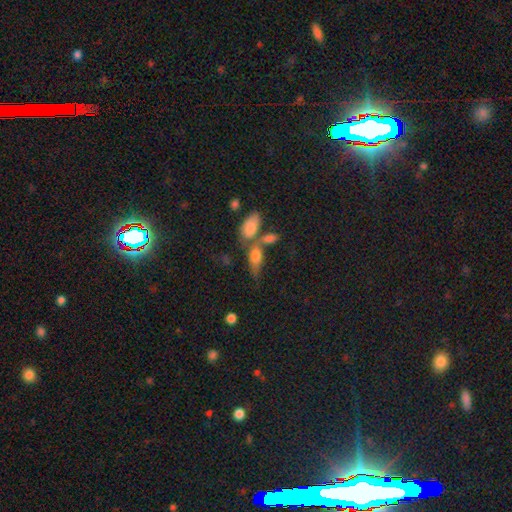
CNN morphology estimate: Smooth or featured? Predicted: smooth (p=0.70). How rounded? Predicted: in between (p=0.75). Merging? Predicted: merger (p=0.40).